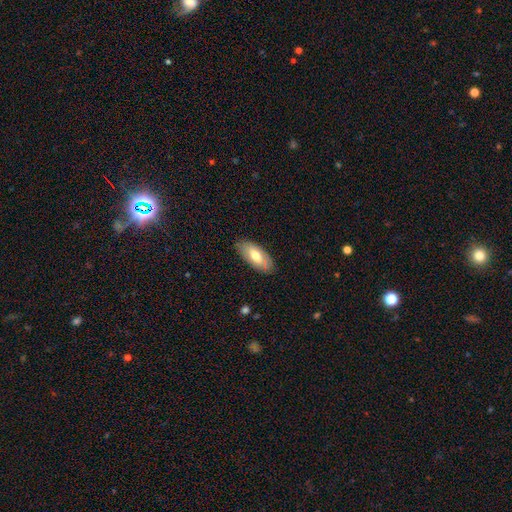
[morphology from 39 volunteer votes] smooth 67%, featured or disk 26%, star or artifact 8%. Down the decision tree: how rounded — in between (92%); merging — none (89%).